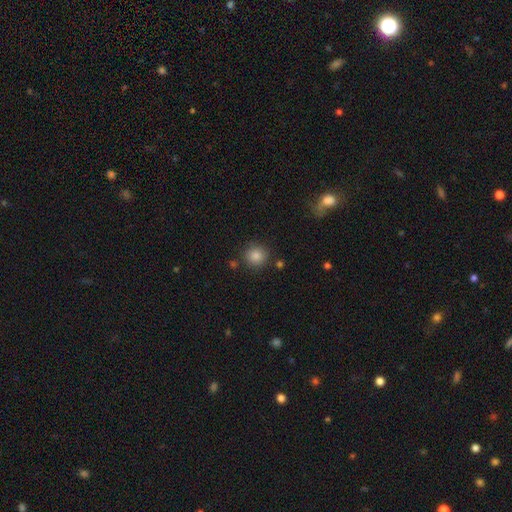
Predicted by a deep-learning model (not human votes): This is clearly a smooth galaxy (84%). How rounded: clearly round (93%). Merging: clearly none (86%).